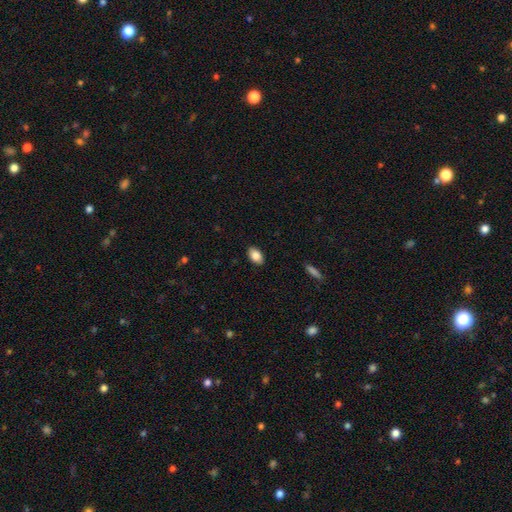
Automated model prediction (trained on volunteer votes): smooth_or_featured: smooth (p=0.85) [alt: star or artifact p=0.07]
how_rounded: in between (p=0.91) [alt: round p=0.08]
merging: none (p=0.89) [alt: minor disturbance p=0.08]